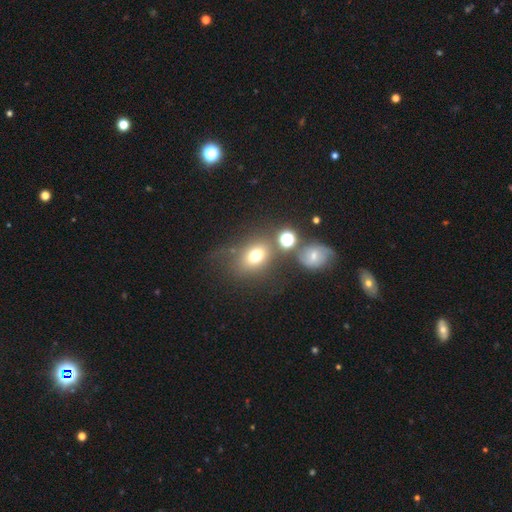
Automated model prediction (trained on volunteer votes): Q: Smooth or featured?
A: smooth (70%); runner-up: star or artifact (16%)
Q: How rounded?
A: in between (55%); runner-up: round (44%)
Q: Merging?
A: none (57%); runner-up: minor disturbance (17%)